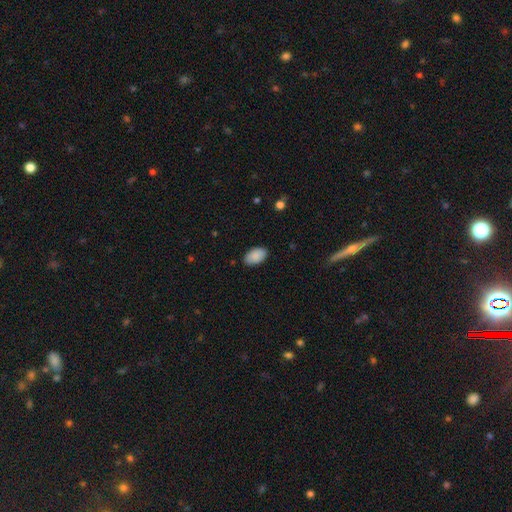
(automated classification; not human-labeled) A smooth galaxy with no disk features (89%) that is in between round and cigar-shaped (93%). Merging: none (86%).